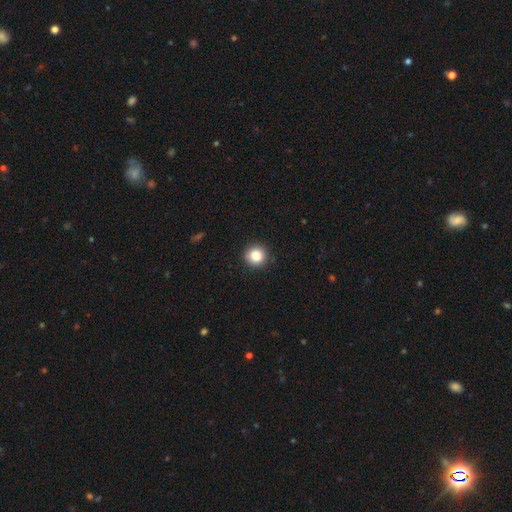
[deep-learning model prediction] A smooth galaxy with no disk features (84%) that is round (94%).

Vote fractions:
- Smooth or featured? smooth: 84% / star or artifact: 10% / featured or disk: 6%
- How rounded? round: 94% / in between: 5% / cigar-shaped: 1%
- Merging? none: 92% / minor disturbance: 6% / major disturbance: 2% / merger: 1%